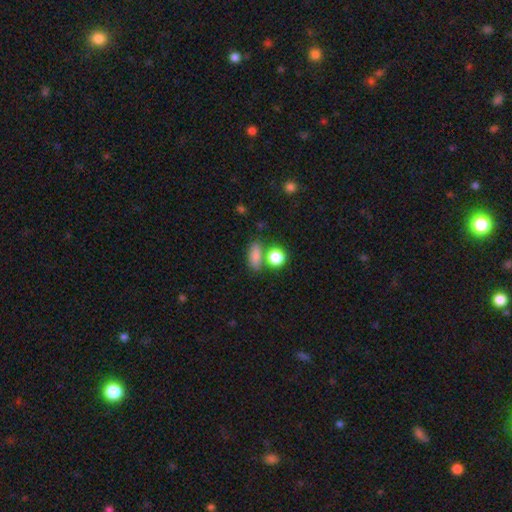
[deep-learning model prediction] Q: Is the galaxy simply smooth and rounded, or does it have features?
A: smooth — 81%.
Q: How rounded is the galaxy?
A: in between — 64%.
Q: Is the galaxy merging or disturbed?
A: none — 64%.